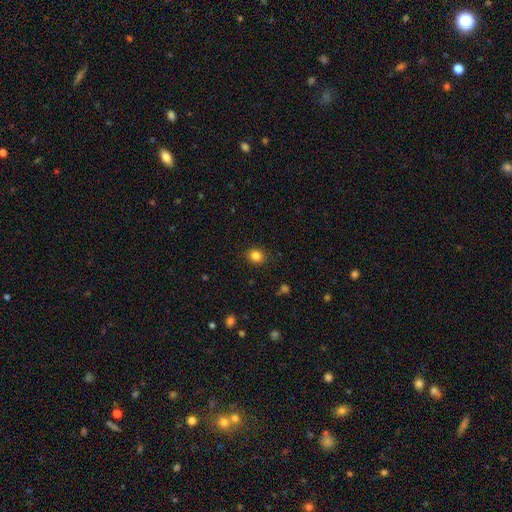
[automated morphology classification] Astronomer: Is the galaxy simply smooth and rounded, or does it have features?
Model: smooth — 83%.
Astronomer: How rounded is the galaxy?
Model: round — 70%.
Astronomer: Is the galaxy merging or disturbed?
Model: none — 89%.